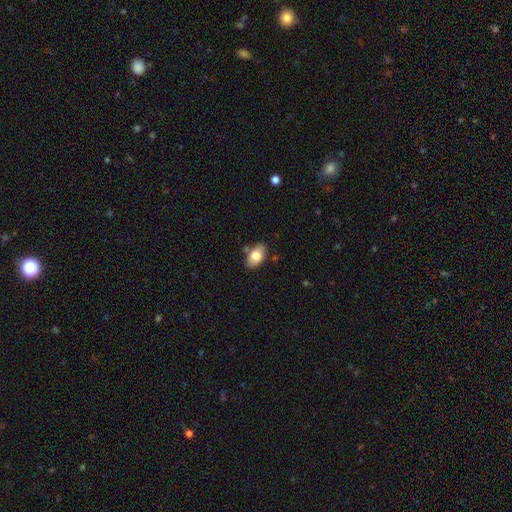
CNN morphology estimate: Overall: smooth (79%). How rounded: in between (91%). Merging: none (75%).